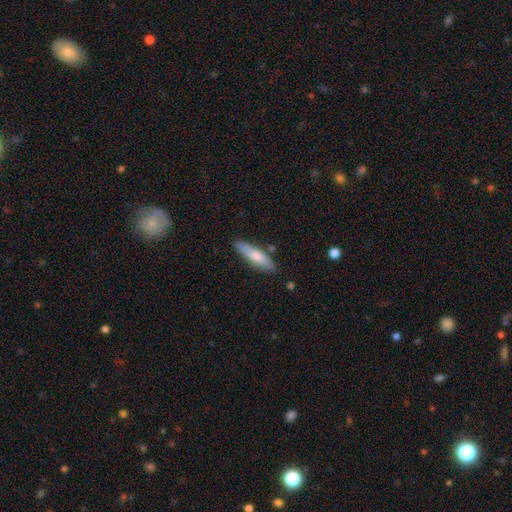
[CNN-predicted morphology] A smooth galaxy with no disk features (74%) that is cigar-shaped (68%).

Vote fractions:
- Smooth or featured? smooth: 74% / featured or disk: 20% / star or artifact: 6%
- How rounded? cigar-shaped: 68% / in between: 31% / round: 2%
- Merging? none: 82% / minor disturbance: 12% / merger: 3% / major disturbance: 2%